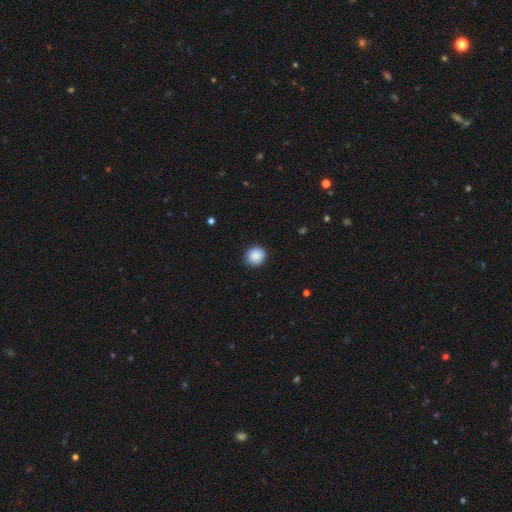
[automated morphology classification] Q: Smooth or featured?
A: smooth (89%); runner-up: star or artifact (8%)
Q: How rounded?
A: round (85%); runner-up: in between (14%)
Q: Merging?
A: none (88%); runner-up: minor disturbance (8%)